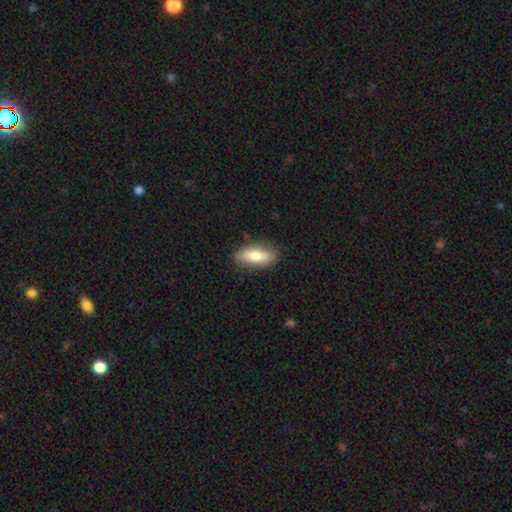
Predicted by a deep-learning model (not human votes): smooth_or_featured: smooth (p=0.73) [alt: featured or disk p=0.21]
how_rounded: in between (p=0.80) [alt: cigar-shaped p=0.16]
merging: none (p=0.82) [alt: minor disturbance p=0.14]